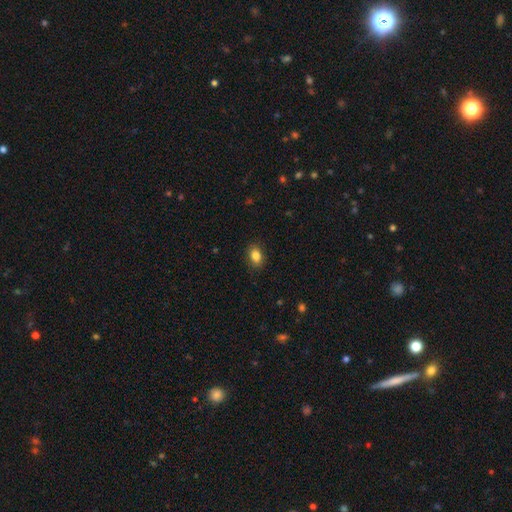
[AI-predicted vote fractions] The model was most divided on "how rounded": in between: 76%, round: 22%, cigar-shaped: 1%. More confident: merging — none (88%); smooth or featured — smooth (84%).